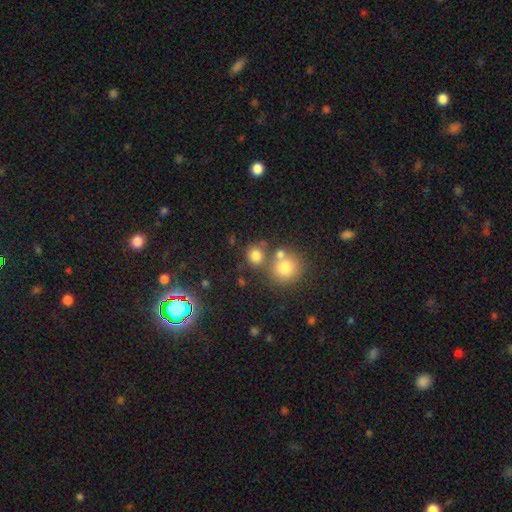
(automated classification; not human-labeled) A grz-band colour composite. It shows a smooth galaxy with no disk features (77%) that is round (85%). Merging: none (63%).